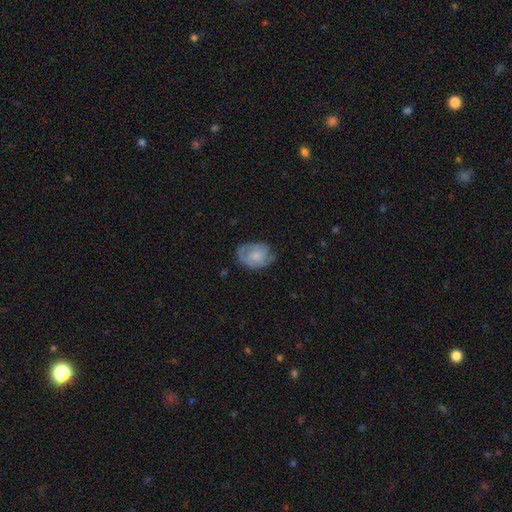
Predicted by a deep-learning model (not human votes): smooth-or-featured: smooth: 49% | featured or disk: 44% | star or artifact: 7%
  merging: none: 55% | minor disturbance: 31% | major disturbance: 13% | merger: 1%